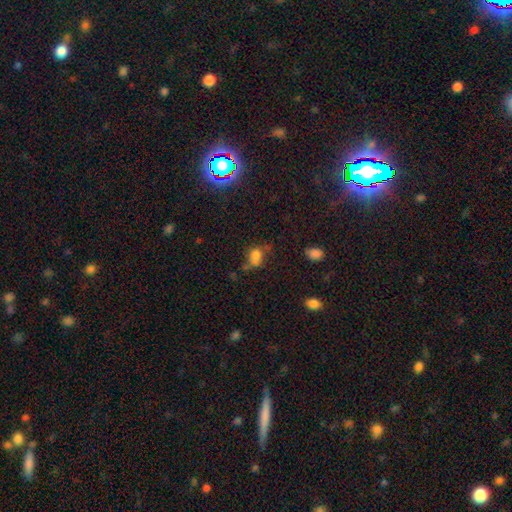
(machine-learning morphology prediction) Smooth or featured: smooth — 74% (star or artifact — 15%)
How rounded: round — 50% (in between — 49%)
Merging: none — 44% (minor disturbance — 22%)